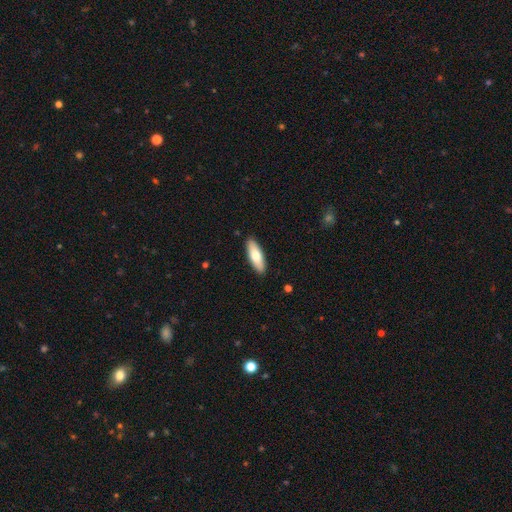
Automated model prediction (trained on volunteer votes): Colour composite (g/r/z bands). It shows a smooth galaxy with no disk features (74%) that is in between round and cigar-shaped (59%). Merging: none (90%).